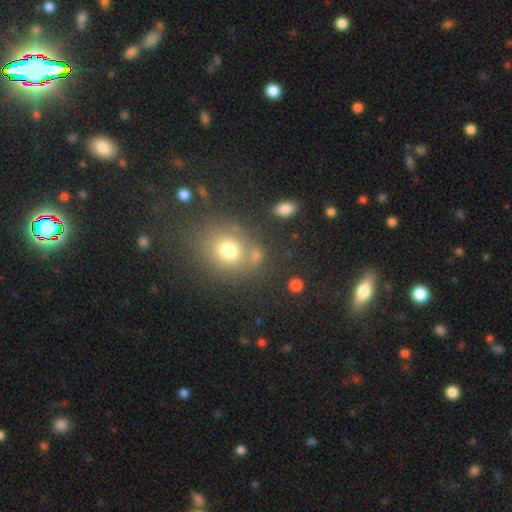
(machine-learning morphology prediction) type=smooth (72%); roundness=round (67%); merging=none (67%).